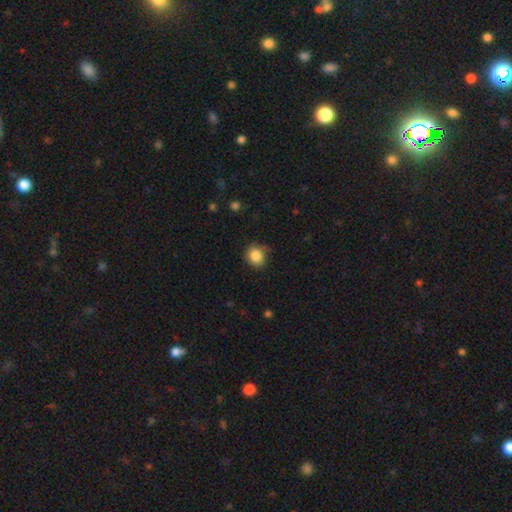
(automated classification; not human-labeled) A smooth galaxy with no disk features (86%) that is round (78%). Merging: none (79%).